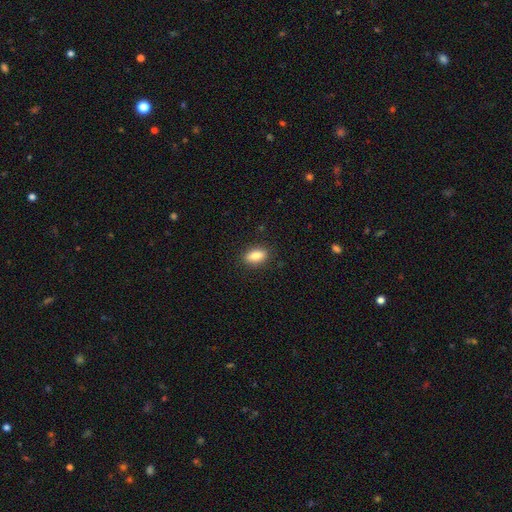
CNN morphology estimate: A smooth galaxy with no disk features (85%) that is in between round and cigar-shaped (86%).

Vote fractions:
- Smooth or featured? smooth: 85% / featured or disk: 8% / star or artifact: 7%
- How rounded? in between: 86% / cigar-shaped: 8% / round: 6%
- Merging? none: 88% / minor disturbance: 9% / major disturbance: 2% / merger: 1%